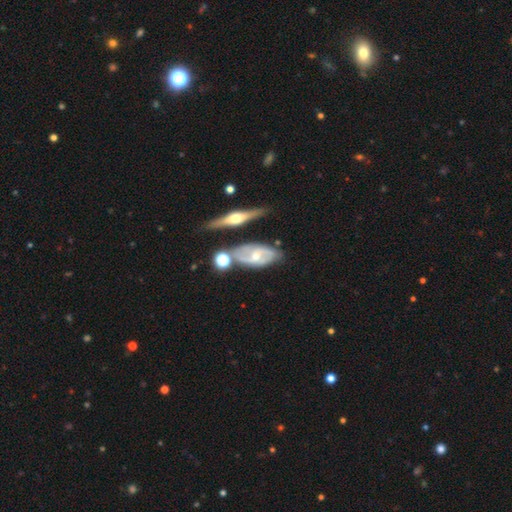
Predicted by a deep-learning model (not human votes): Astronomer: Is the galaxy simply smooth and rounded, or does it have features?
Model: featured or disk — 72%.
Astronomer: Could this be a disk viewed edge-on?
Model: no — 82%.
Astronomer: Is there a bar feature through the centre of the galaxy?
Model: weak — 44% (runner-up: no, 39%).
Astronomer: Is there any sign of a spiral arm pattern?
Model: yes — 82%.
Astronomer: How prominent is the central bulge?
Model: moderate — 48% (runner-up: small, 46%).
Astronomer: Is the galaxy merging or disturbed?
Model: none — 64%.